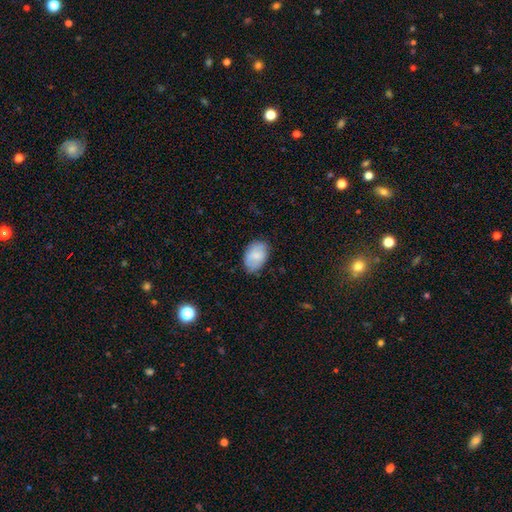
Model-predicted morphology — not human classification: The model was most divided on "merging": none: 73%, minor disturbance: 21%, major disturbance: 4%, merger: 1%. More confident: how rounded — in between (86%); smooth or featured — smooth (79%).